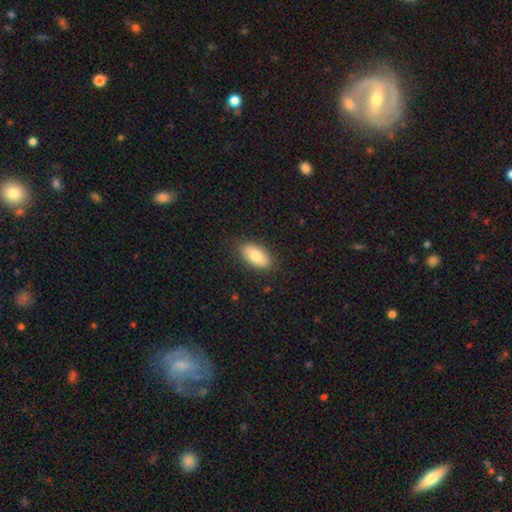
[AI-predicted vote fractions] smooth 78%, featured or disk 15%, star or artifact 7%. Down the decision tree: how rounded — in between (93%); merging — none (85%).